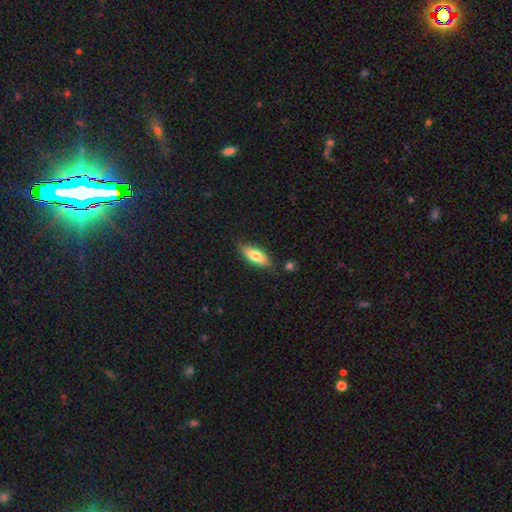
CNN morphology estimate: smooth 73%, featured or disk 21%, star or artifact 6%. Down the decision tree: how rounded — in between (64%); merging — none (82%).